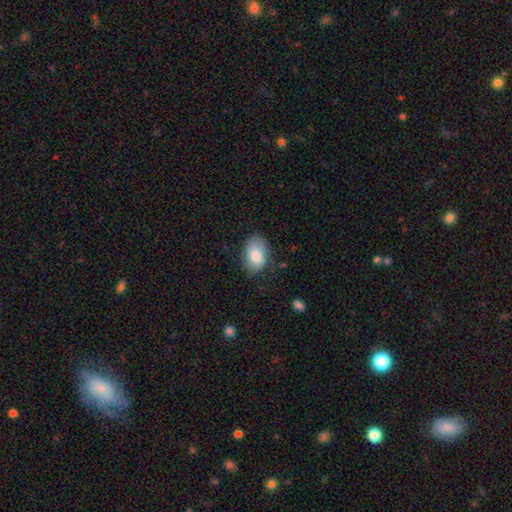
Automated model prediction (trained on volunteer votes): A smooth galaxy with no disk features (82%) that is in between round and cigar-shaped (88%). Merging: none (72%).